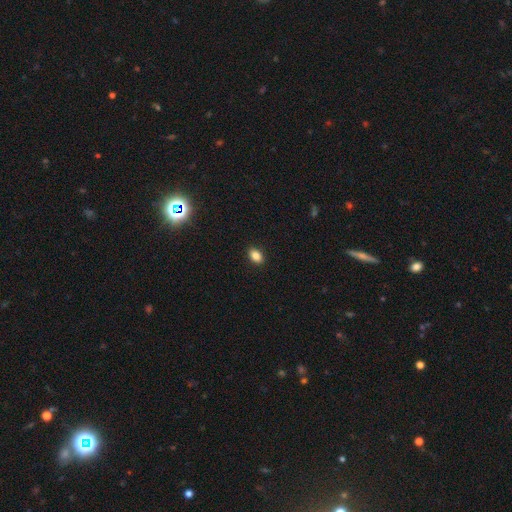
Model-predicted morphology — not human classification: Overall: smooth (86%). How rounded: in between (81%). Merging: none (90%).